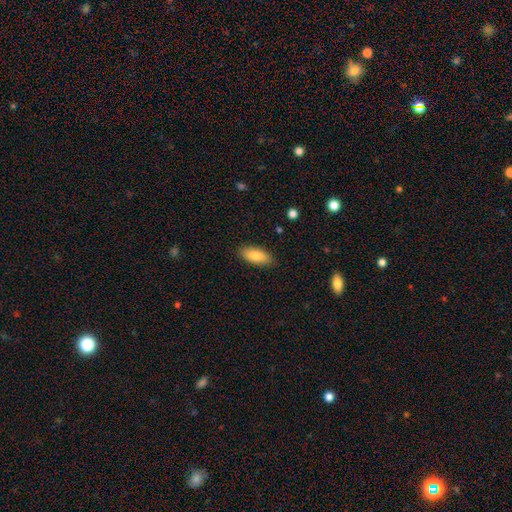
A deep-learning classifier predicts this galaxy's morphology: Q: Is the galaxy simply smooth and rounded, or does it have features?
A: smooth — 84%.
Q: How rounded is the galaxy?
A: in between — 85%.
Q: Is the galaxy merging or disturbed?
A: none — 88%.